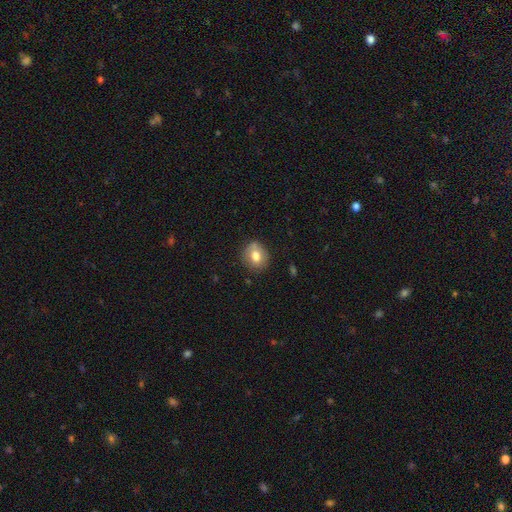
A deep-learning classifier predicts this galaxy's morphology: A smooth galaxy with no disk features (75%) that is round (69%).

Vote fractions:
- Smooth or featured? smooth: 75% / featured or disk: 16% / star or artifact: 9%
- How rounded? round: 69% / in between: 30% / cigar-shaped: 1%
- Merging? none: 75% / minor disturbance: 16% / merger: 5% / major disturbance: 4%